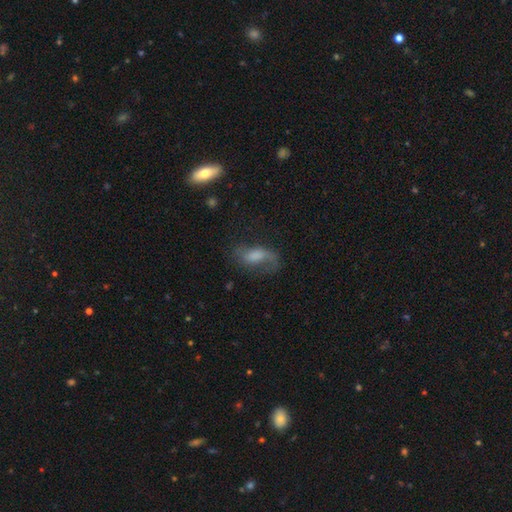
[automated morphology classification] This appears to be a featured or disk galaxy (51%). Merging: none (51%).